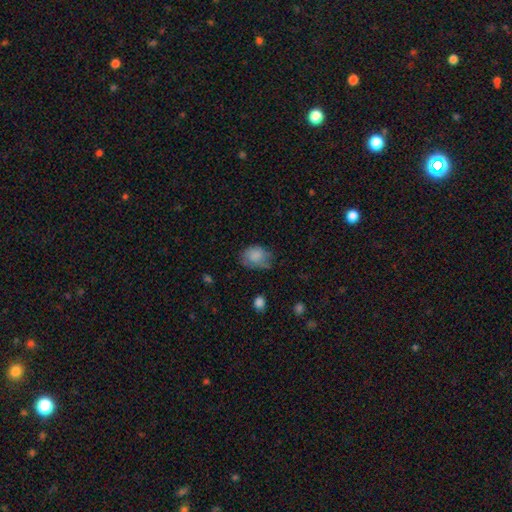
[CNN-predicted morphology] Smooth or featured? Predicted: smooth (p=0.80). How rounded? Predicted: in between (p=0.66). Merging? Predicted: none (p=0.53).